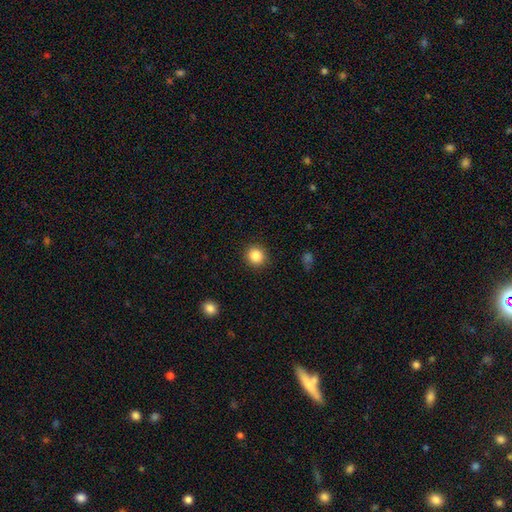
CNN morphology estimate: Smooth or featured? Predicted: smooth (p=0.86). How rounded? Predicted: round (p=0.91). Merging? Predicted: none (p=0.90).